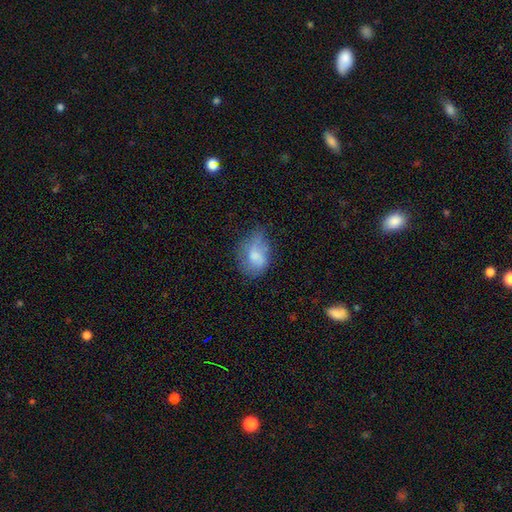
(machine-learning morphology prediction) Smooth or featured: smooth — 65% (featured or disk — 26%)
How rounded: in between — 73% (round — 25%)
Merging: minor disturbance — 35% (tied with none — 35%)